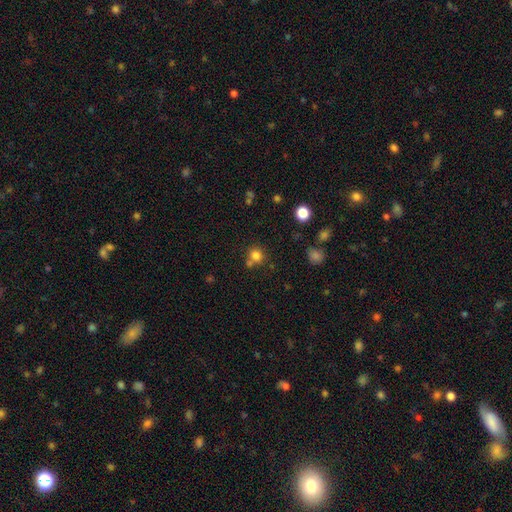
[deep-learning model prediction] smooth 80%, star or artifact 14%, featured or disk 6%. Down the decision tree: how rounded — round (87%); merging — none (63%).